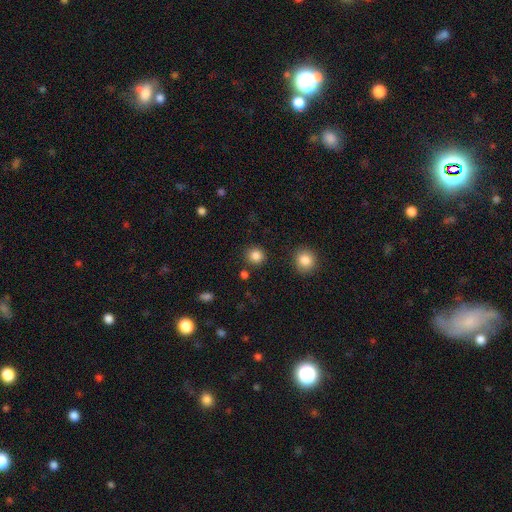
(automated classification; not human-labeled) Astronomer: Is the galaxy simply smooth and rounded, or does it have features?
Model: smooth — 85%.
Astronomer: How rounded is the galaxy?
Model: round — 92%.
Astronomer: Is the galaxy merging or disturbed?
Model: none — 88%.